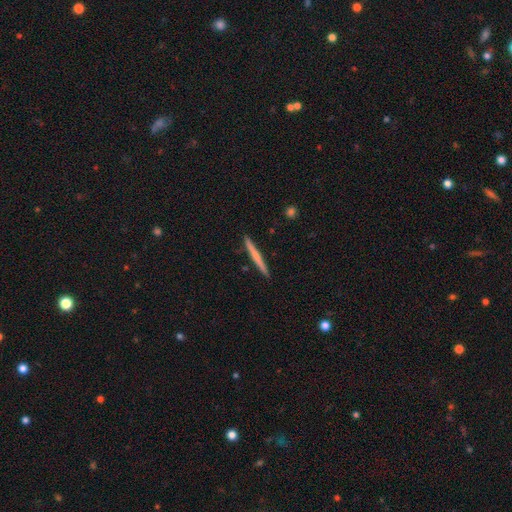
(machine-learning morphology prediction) type=smooth (51%); roundness=cigar-shaped (97%); merging=none (92%).